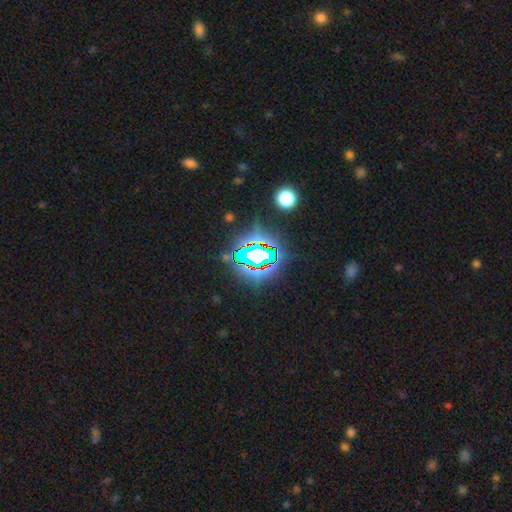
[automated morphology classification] Overall: star or artifact (73%).